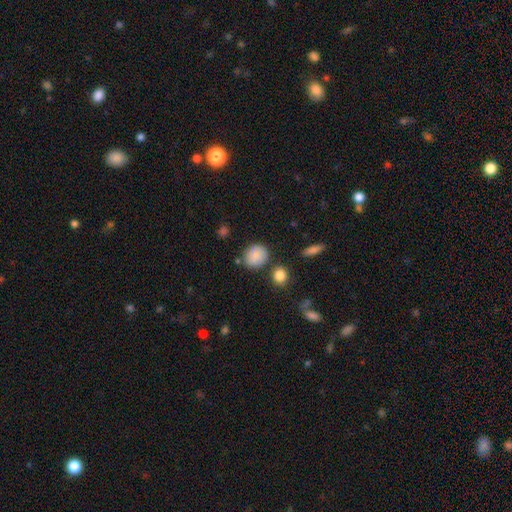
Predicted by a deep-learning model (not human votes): Smooth or featured? Predicted: smooth (p=0.86). How rounded? Predicted: round (p=0.66). Merging? Predicted: none (p=0.74).